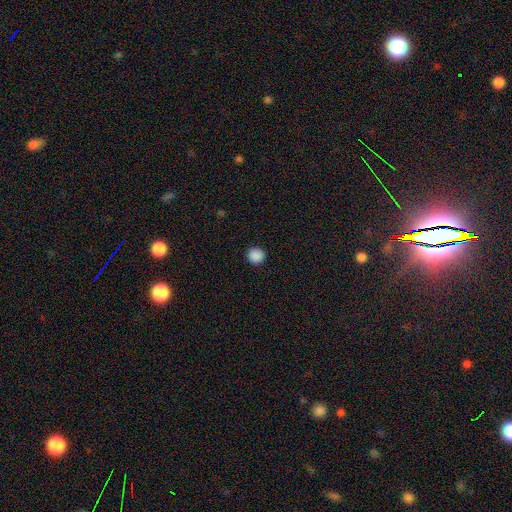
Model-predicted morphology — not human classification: A smooth galaxy with no disk features (89%) that is round (94%). Merging: none (92%).